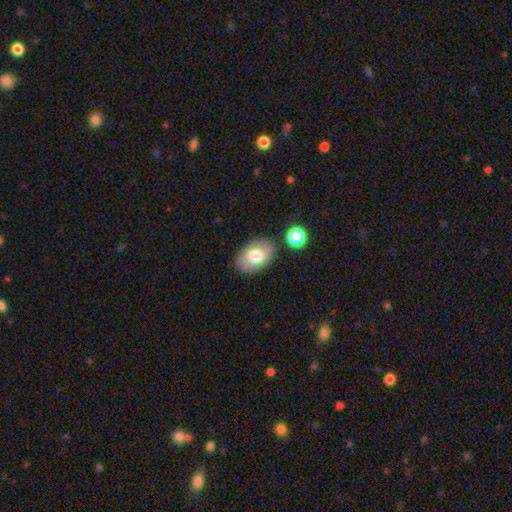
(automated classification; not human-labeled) This is likely a smooth galaxy (69%). How rounded: clearly in between (83%). Merging: clearly none (80%).